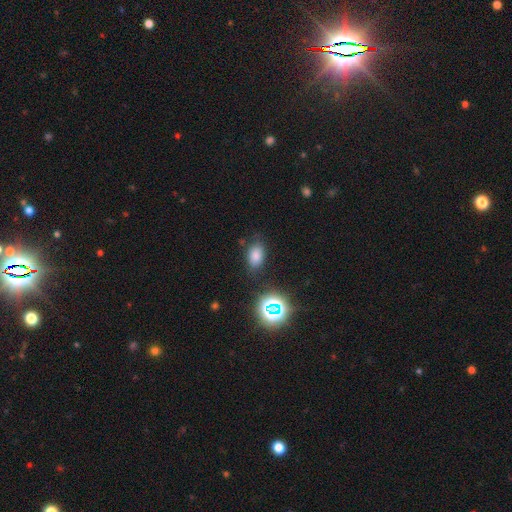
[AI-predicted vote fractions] A smooth galaxy with no disk features (73%) that is in between round and cigar-shaped (86%). Merging: none (77%).